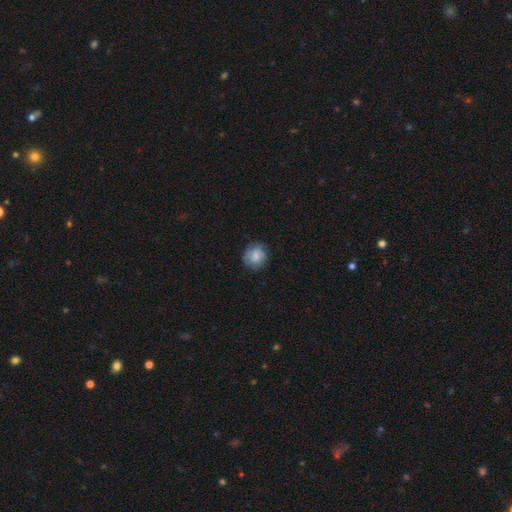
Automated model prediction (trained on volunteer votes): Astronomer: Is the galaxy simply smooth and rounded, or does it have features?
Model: smooth — 62%.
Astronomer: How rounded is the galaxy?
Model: round — 80%.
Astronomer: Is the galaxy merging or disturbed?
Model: none — 75%.